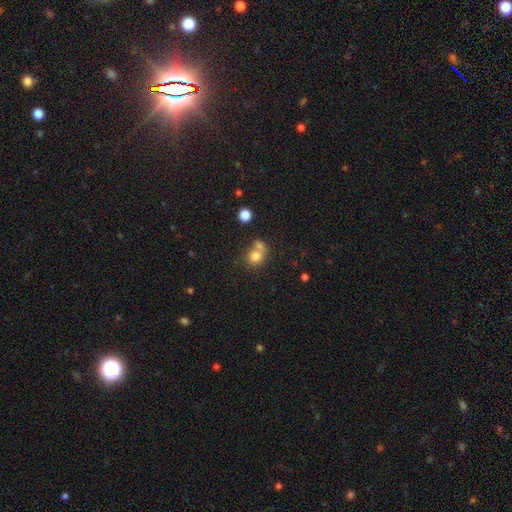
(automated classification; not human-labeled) Overall: smooth (78%). How rounded: round (79%). Merging: merger (47%; none 40%).